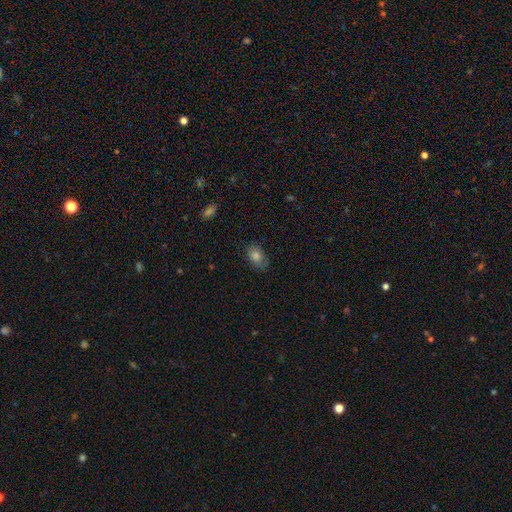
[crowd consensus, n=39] Morphology: type=smooth (77%); roundness=in between (70%); merging=none (69%).